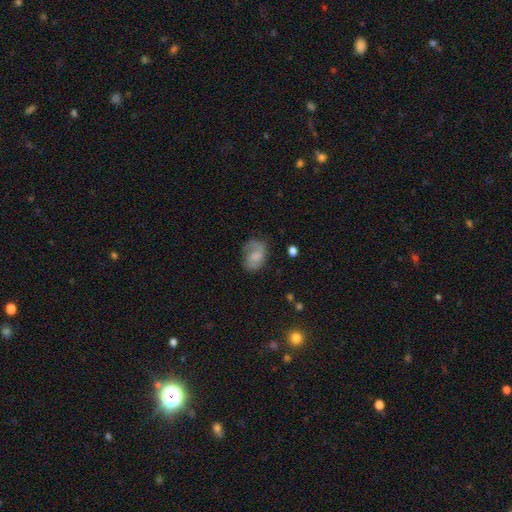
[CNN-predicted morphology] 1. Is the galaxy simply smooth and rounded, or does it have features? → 47% smooth, 45% featured or disk, 9% star or artifact.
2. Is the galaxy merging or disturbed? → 50% none, 28% minor disturbance, 20% major disturbance, 2% merger.